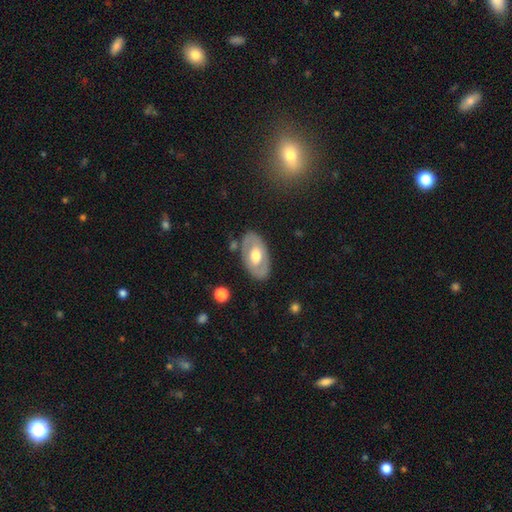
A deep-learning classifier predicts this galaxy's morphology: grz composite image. It shows a featured or disk galaxy (52%). Merging: none (78%).